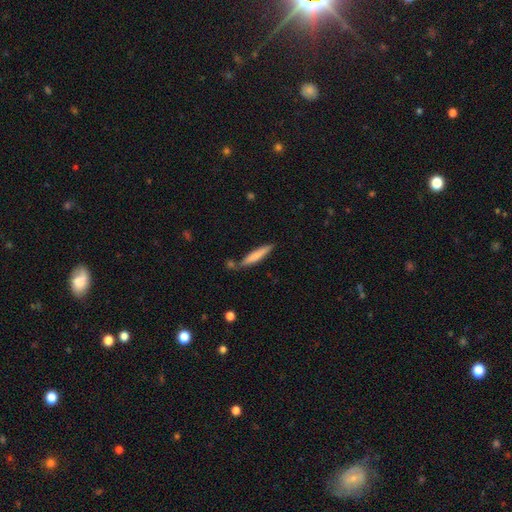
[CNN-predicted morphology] Smooth or featured?
  - smooth: 70% *
  - featured or disk: 24%
  - star or artifact: 6%
How rounded?
  - cigar-shaped: 90% *
  - in between: 9%
  - round: 1%
Merging?
  - none: 72% *
  - minor disturbance: 15%
  - merger: 9%
  - major disturbance: 3%